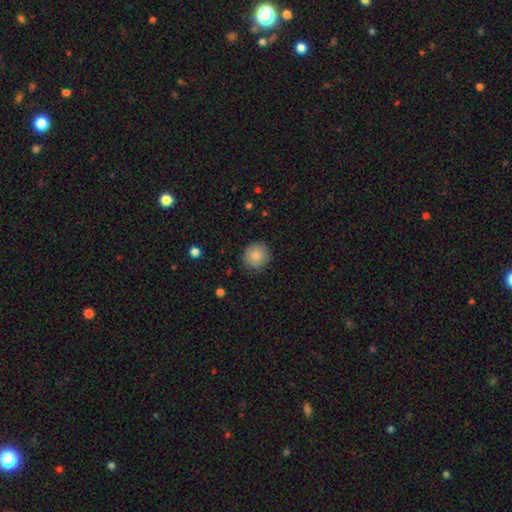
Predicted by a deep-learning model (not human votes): Smooth or featured? smooth (86%)
How rounded? round (92%)
Merging? none (87%)